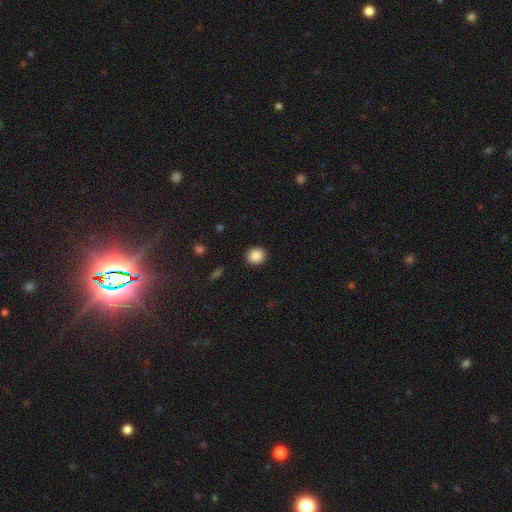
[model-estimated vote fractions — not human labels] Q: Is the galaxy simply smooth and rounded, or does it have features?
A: smooth — 87%.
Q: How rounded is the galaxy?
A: round — 80%.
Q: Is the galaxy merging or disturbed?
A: none — 91%.